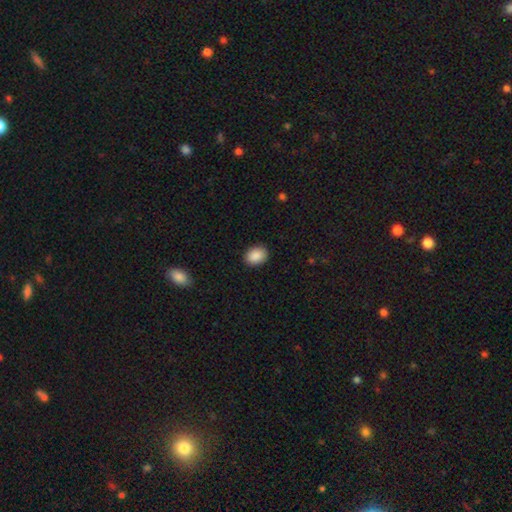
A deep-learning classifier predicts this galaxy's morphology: This is clearly a smooth galaxy (90%). How rounded: likely in between (63%). Merging: clearly none (89%).